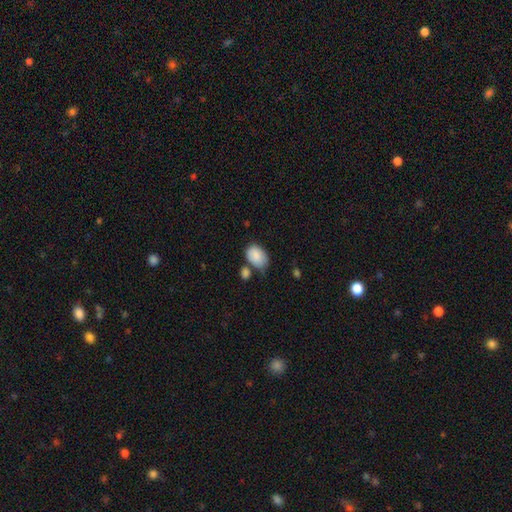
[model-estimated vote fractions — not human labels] Morphology: type=smooth (87%); roundness=in between (82%); merging=none (49%).